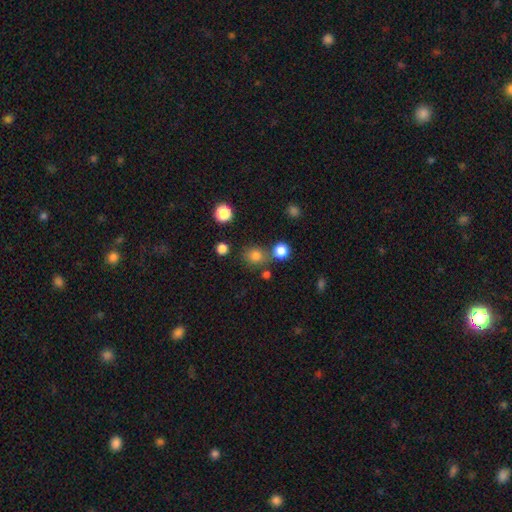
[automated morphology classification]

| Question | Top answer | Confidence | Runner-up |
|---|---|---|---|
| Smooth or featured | smooth | 79% | star or artifact (16%) |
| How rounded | round | 80% | in between (19%) |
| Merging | none | 70% | merger (15%) |